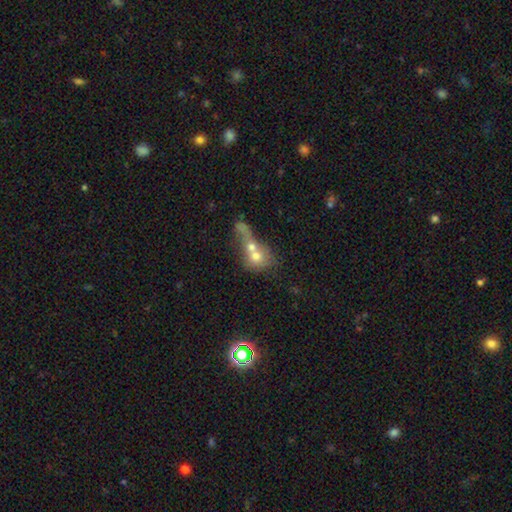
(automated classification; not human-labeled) smooth-or-featured: smooth: 62% | featured or disk: 28% | star or artifact: 10%
  how-rounded: round: 58% | in between: 38% | cigar-shaped: 4%
  merging: merger: 78% | none: 11% | major disturbance: 7% | minor disturbance: 5%